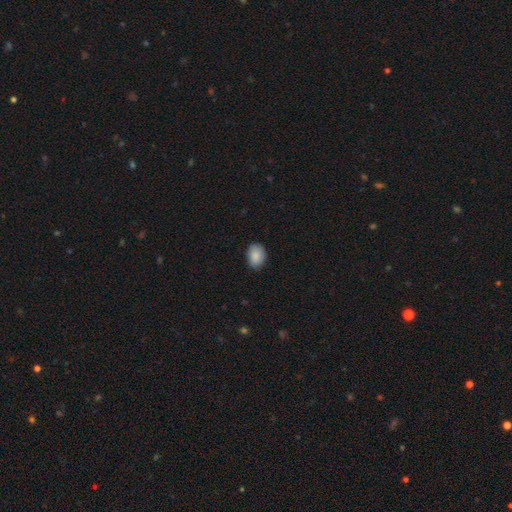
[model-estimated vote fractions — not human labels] Smooth or featured? smooth (89%)
How rounded? in between (75%)
Merging? none (82%)